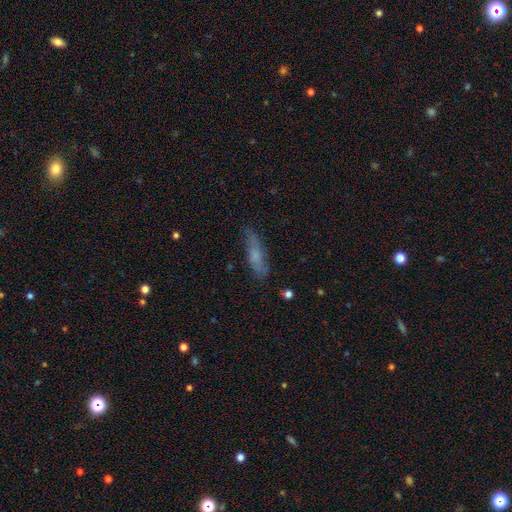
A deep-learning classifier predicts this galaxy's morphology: Smooth or featured?
  - smooth: 57% *
  - featured or disk: 34%
  - star or artifact: 9%
How rounded?
  - cigar-shaped: 63% *
  - in between: 35%
  - round: 2%
Merging?
  - none: 71% *
  - minor disturbance: 21%
  - major disturbance: 6%
  - merger: 2%